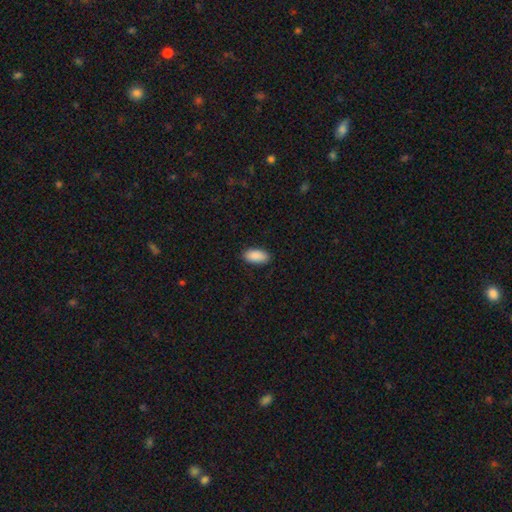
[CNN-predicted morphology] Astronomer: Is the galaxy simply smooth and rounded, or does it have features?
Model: smooth — 90%.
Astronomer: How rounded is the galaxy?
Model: in between — 93%.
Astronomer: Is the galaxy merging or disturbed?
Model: none — 88%.